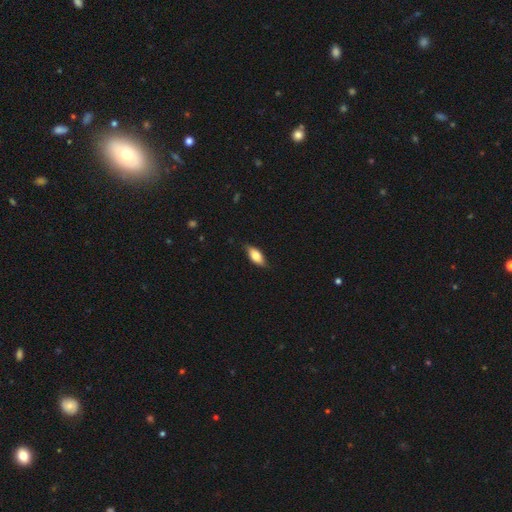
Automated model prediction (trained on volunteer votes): Morphology: type=smooth (71%); roundness=in between (83%); merging=none (80%).